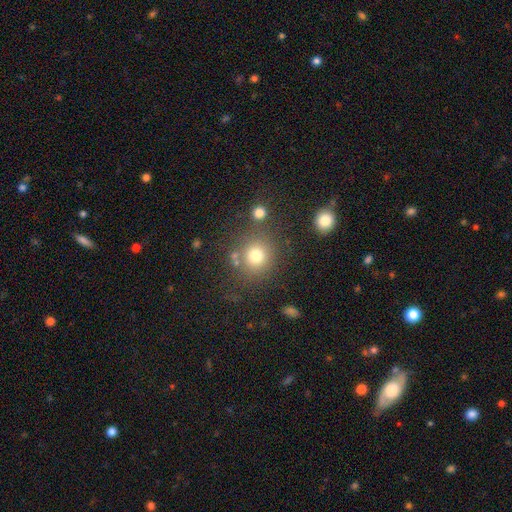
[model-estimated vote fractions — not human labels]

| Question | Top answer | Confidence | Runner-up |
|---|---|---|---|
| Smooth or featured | smooth | 75% | star or artifact (15%) |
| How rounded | round | 87% | in between (12%) |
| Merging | none | 75% | minor disturbance (11%) |